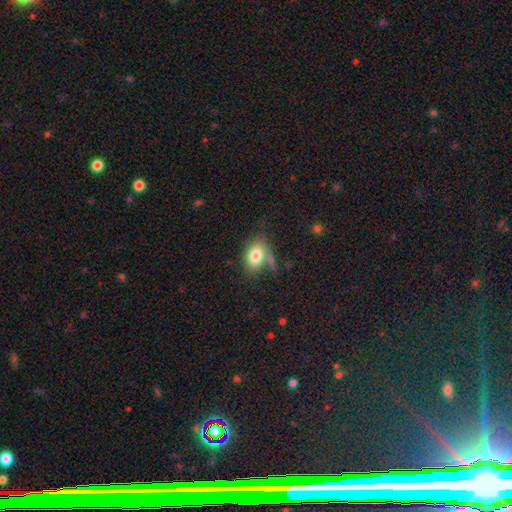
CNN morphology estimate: A smooth galaxy with no disk features (78%) that is in between round and cigar-shaped (81%).

Vote fractions:
- Smooth or featured? smooth: 78% / featured or disk: 13% / star or artifact: 9%
- How rounded? in between: 81% / round: 17% / cigar-shaped: 2%
- Merging? none: 55% / minor disturbance: 21% / merger: 12% / major disturbance: 12%